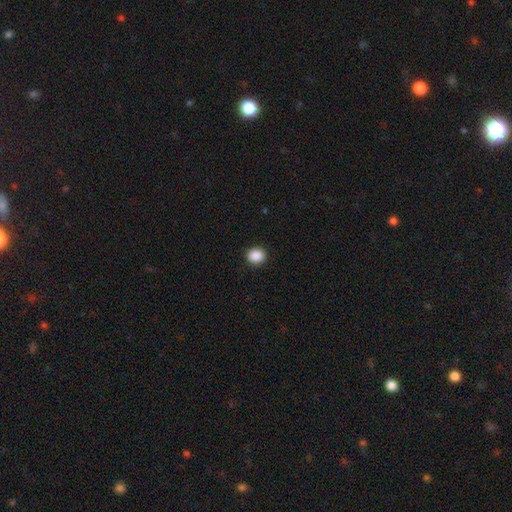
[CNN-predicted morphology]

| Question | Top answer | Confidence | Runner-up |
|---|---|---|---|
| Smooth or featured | smooth | 89% | star or artifact (9%) |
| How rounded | round | 75% | in between (24%) |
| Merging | none | 91% | minor disturbance (6%) |